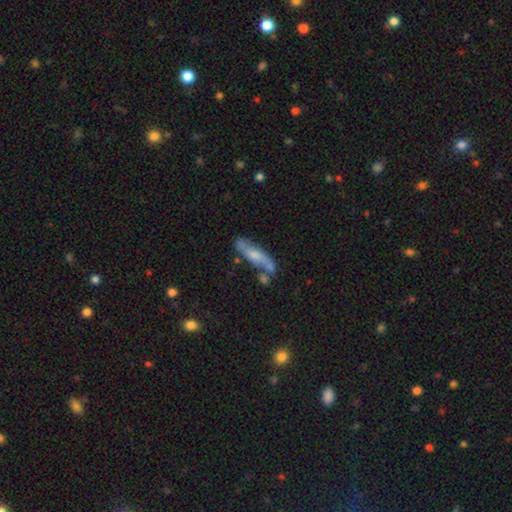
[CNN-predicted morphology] Overall: featured or disk (61%; smooth 32%). Edge-on disk: no (61%; yes 39%). Merging: none (61%).